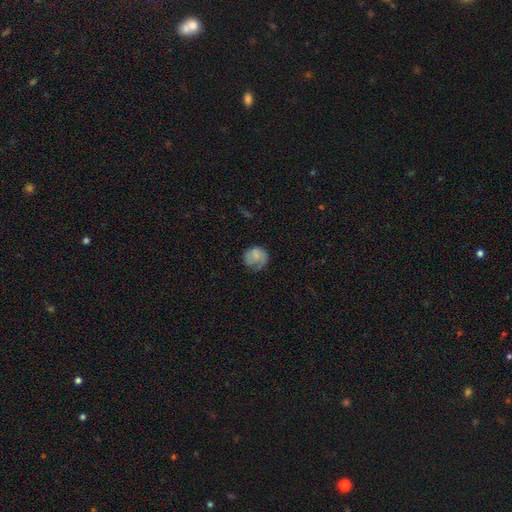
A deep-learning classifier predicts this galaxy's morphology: smooth-or-featured: smooth: 74% | featured or disk: 17% | star or artifact: 9%
  how-rounded: round: 81% | in between: 18% | cigar-shaped: 1%
  merging: none: 59% | minor disturbance: 27% | major disturbance: 13% | merger: 1%